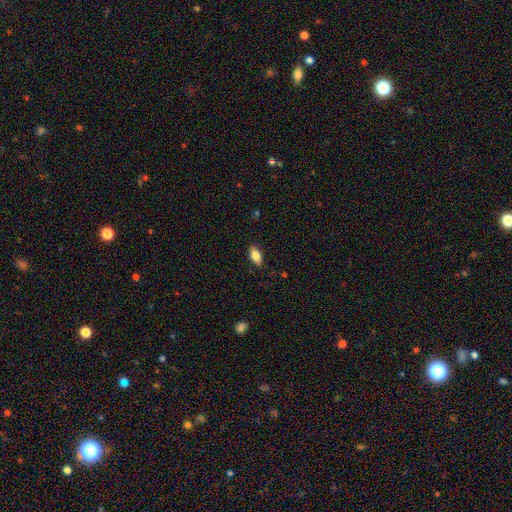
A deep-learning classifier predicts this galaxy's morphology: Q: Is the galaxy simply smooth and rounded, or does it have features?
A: smooth — 81%.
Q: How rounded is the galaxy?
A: in between — 88%.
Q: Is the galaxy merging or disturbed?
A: none — 86%.